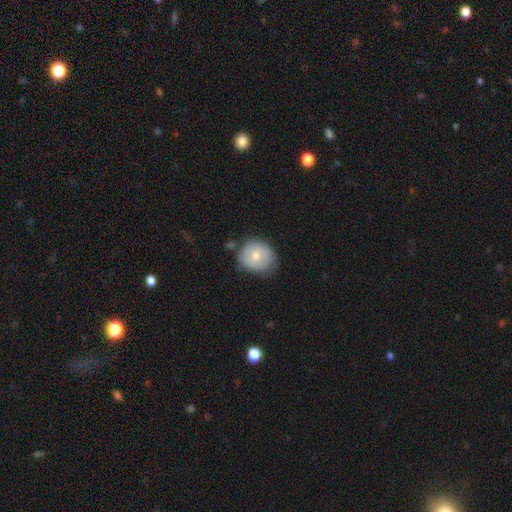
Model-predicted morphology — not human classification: smooth 63%, featured or disk 30%, star or artifact 7%. Down the decision tree: how rounded — round (77%); merging — none (61%).